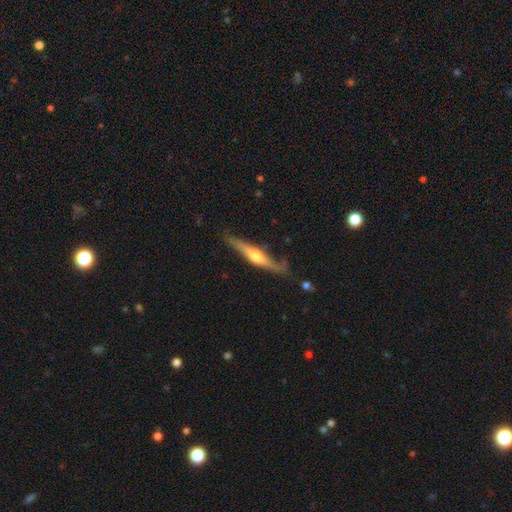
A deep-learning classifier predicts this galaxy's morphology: This appears to be a featured or disk galaxy (69%) viewed edge-on (93%) with a rounded central bulge (85%). Merging: none (70%).